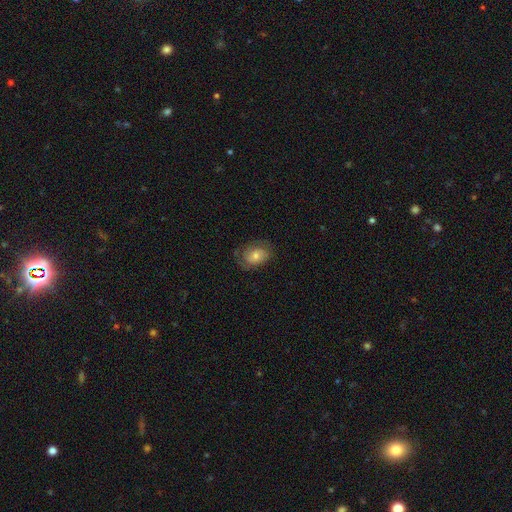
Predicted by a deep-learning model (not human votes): Smooth or featured?
  - smooth: 48% *
  - featured or disk: 43%
  - star or artifact: 9%
Merging?
  - none: 66% *
  - minor disturbance: 21%
  - major disturbance: 11%
  - merger: 1%